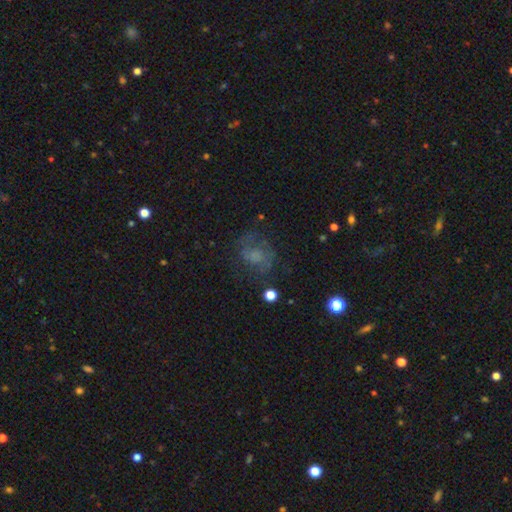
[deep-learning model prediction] The model was most divided on "smooth or featured": featured or disk: 44%, smooth: 35%, star or artifact: 20%. More confident: merging — none (59%).